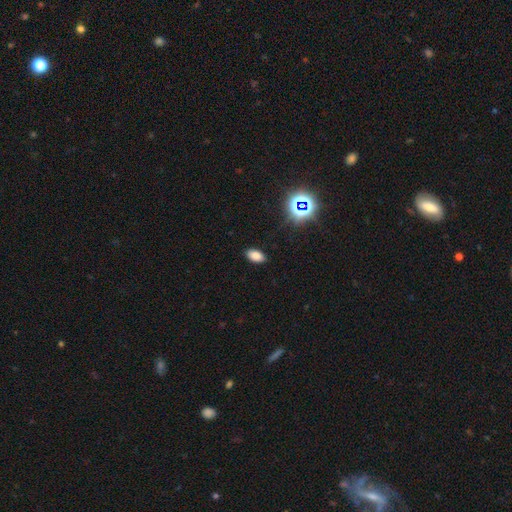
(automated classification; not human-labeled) smooth_or_featured: smooth (p=0.78) [alt: star or artifact p=0.16]
how_rounded: in between (p=0.92) [alt: round p=0.05]
merging: none (p=0.87) [alt: minor disturbance p=0.09]